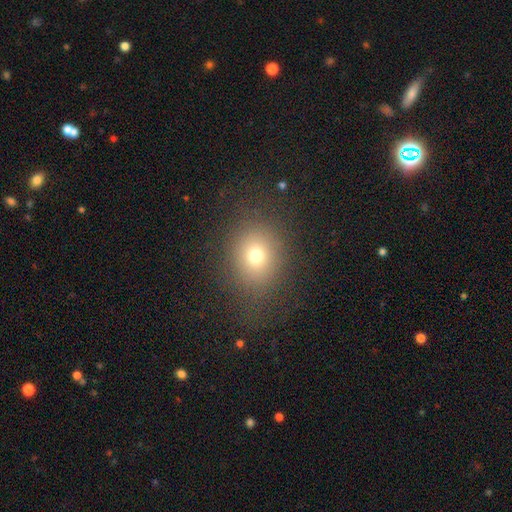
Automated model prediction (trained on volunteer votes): Morphology: type=smooth (72%); roundness=round (71%); merging=none (78%).